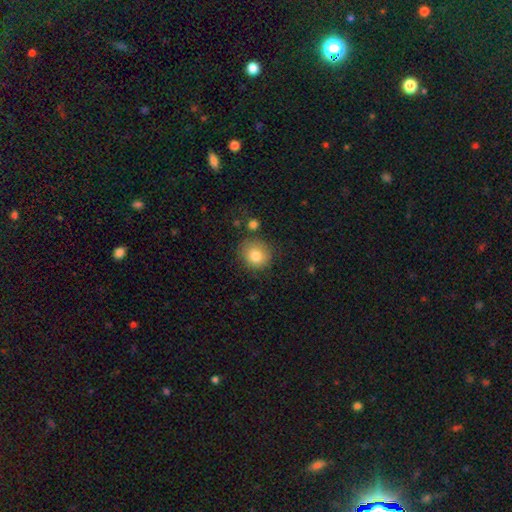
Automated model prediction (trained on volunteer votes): A smooth galaxy with no disk features (82%) that is round (85%). Merging: none (78%).